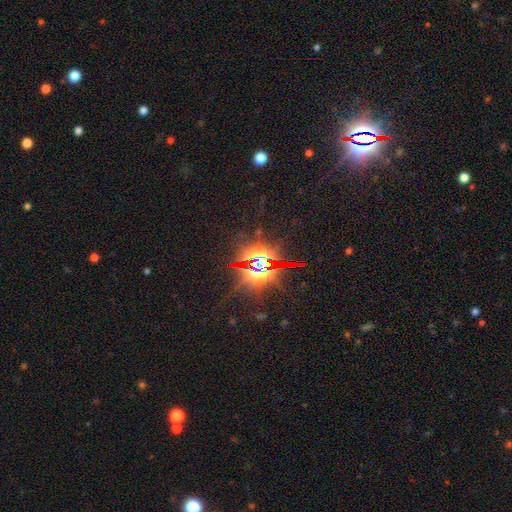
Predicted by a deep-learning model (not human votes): Smooth or featured?
  - star or artifact: 84% *
  - featured or disk: 10%
  - smooth: 6%